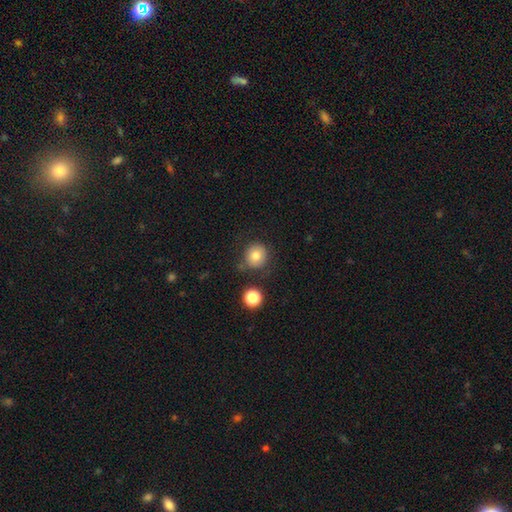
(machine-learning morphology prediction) Smooth or featured? smooth (79%)
How rounded? round (89%)
Merging? none (76%)